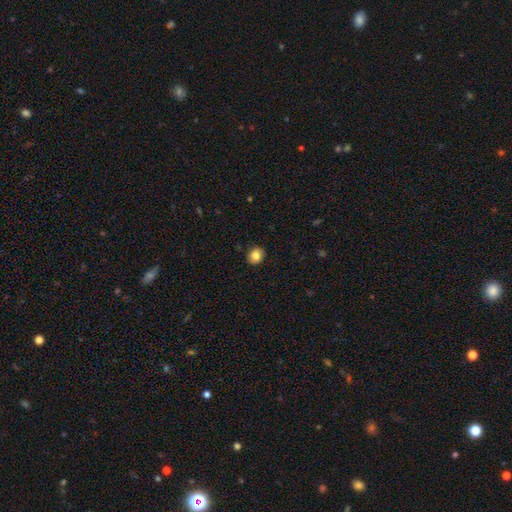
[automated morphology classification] Smooth or featured?
  - smooth: 83% *
  - star or artifact: 9%
  - featured or disk: 8%
How rounded?
  - round: 66% *
  - in between: 33%
  - cigar-shaped: 1%
Merging?
  - none: 89% *
  - minor disturbance: 8%
  - major disturbance: 2%
  - merger: 1%